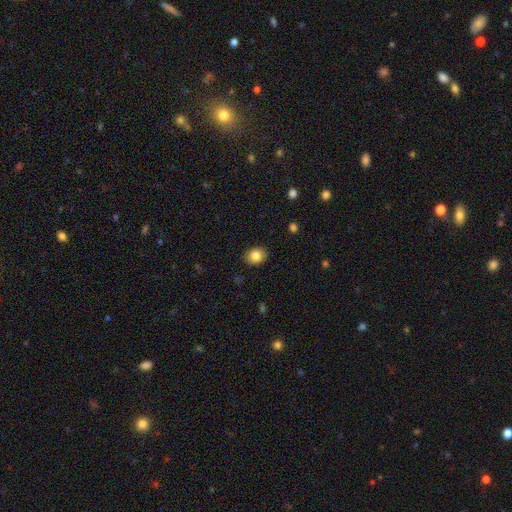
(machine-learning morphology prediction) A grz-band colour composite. It shows a smooth galaxy with no disk features (84%) that is in between round and cigar-shaped (50%). Merging: none (89%).